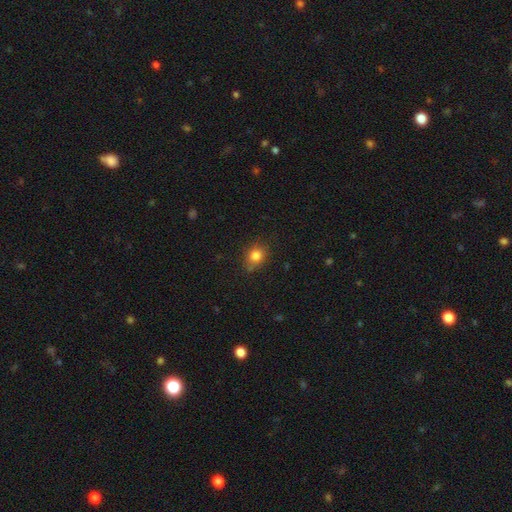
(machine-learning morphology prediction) smooth_or_featured: smooth (p=0.82) [alt: star or artifact p=0.11]
how_rounded: round (p=0.64) [alt: in between p=0.35]
merging: none (p=0.77) [alt: minor disturbance p=0.17]